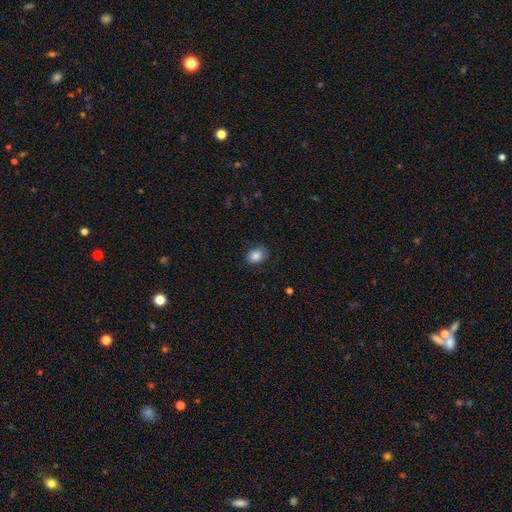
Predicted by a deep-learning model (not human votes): This is clearly a smooth galaxy (86%). How rounded: likely in between (64%). Merging: clearly none (82%).